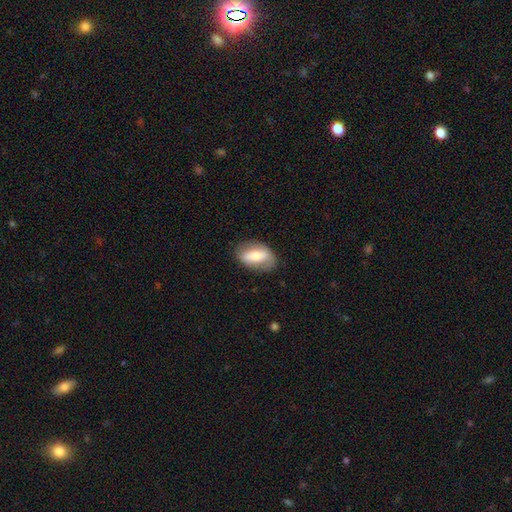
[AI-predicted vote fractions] This is possibly a smooth galaxy (58%). How rounded: clearly in between (89%). Merging: likely none (76%).